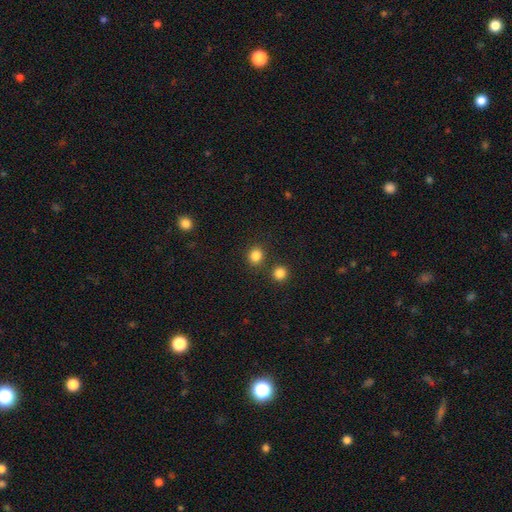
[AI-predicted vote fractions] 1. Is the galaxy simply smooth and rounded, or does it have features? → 84% smooth, 12% star or artifact, 4% featured or disk.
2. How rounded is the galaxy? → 84% round, 15% in between, 1% cigar-shaped.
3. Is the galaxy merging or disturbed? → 83% none, 8% merger, 7% minor disturbance, 3% major disturbance.